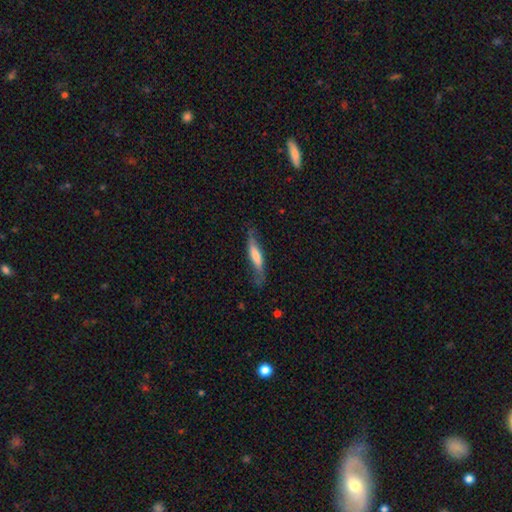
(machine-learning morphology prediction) This is possibly a featured or disk galaxy (49%). Merging: likely none (66%).